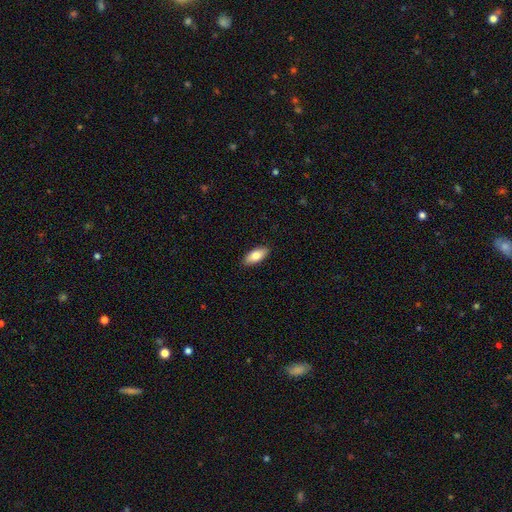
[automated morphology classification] The model was most divided on "smooth or featured": smooth: 81%, featured or disk: 13%, star or artifact: 6%. More confident: merging — none (89%); how rounded — in between (86%).